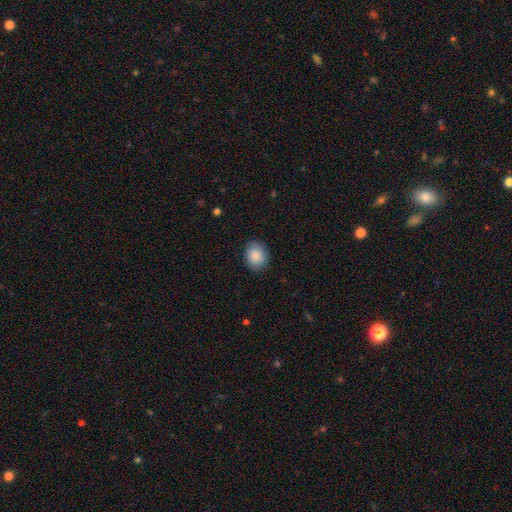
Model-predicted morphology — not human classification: smooth-or-featured: smooth: 88% | star or artifact: 7% | featured or disk: 5%
  how-rounded: round: 50% | in between: 49% | cigar-shaped: 1%
  merging: none: 87% | minor disturbance: 10% | major disturbance: 2% | merger: 1%